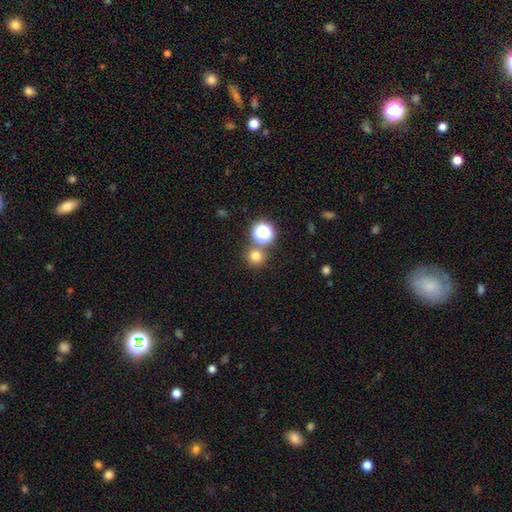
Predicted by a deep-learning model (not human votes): Q: Smooth or featured?
A: smooth (75%); runner-up: star or artifact (19%)
Q: How rounded?
A: round (92%); runner-up: in between (7%)
Q: Merging?
A: none (76%); runner-up: merger (14%)